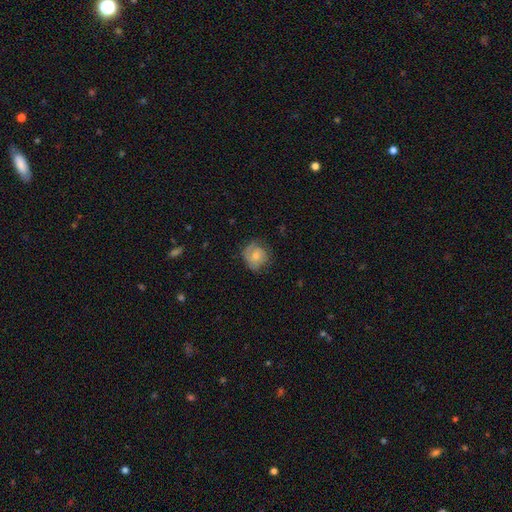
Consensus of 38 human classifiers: Q: Smooth or featured?
A: smooth (84%); runner-up: featured or disk (13%)
Q: How rounded?
A: round (91%); runner-up: in between (9%)
Q: Merging?
A: none (54%); runner-up: minor disturbance (24%)